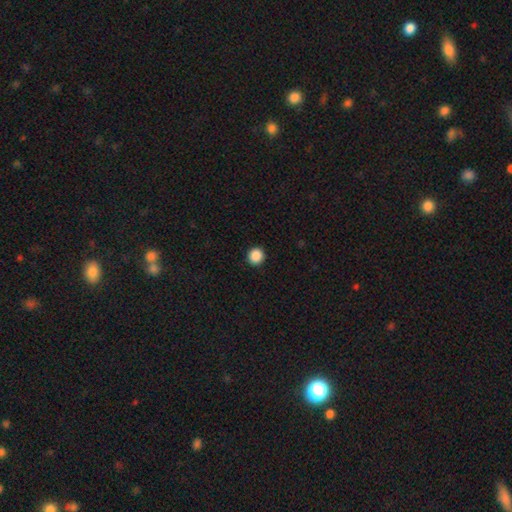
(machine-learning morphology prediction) This appears to be a smooth galaxy with no disk features (88%) that is round (95%). Merging: none (93%).